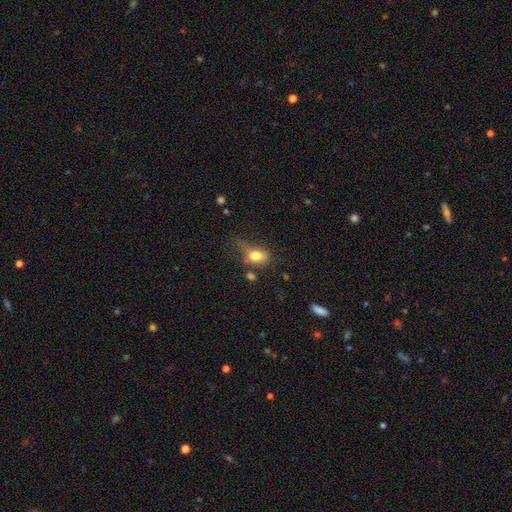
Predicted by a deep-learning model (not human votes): smooth_or_featured: smooth (p=0.78) [alt: featured or disk p=0.12]
how_rounded: in between (p=0.73) [alt: round p=0.24]
merging: none (p=0.37) [alt: minor disturbance p=0.31]